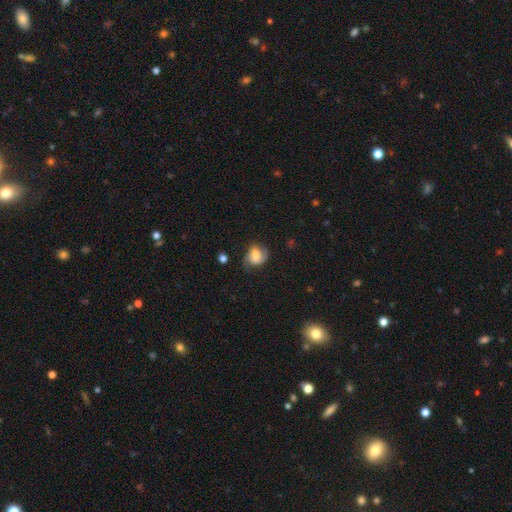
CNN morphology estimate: The model was most divided on "how rounded": in between: 50%, round: 48%, cigar-shaped: 1%. More confident: smooth or featured — smooth (53%); merging — none (52%).